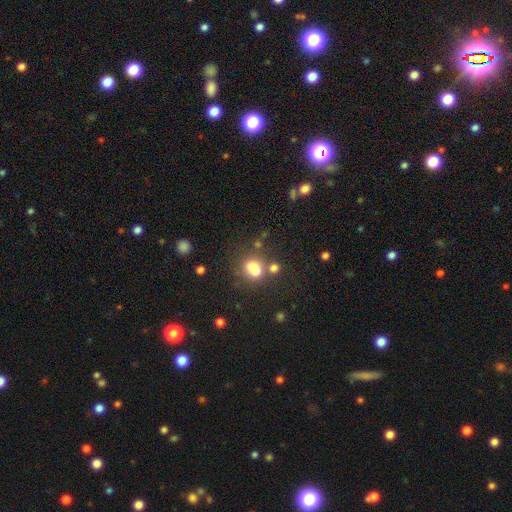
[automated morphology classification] Smooth or featured?
  - smooth: 53% *
  - star or artifact: 39%
  - featured or disk: 8%
How rounded?
  - round: 84% *
  - in between: 15%
  - cigar-shaped: 1%
Merging?
  - none: 71% *
  - merger: 14%
  - minor disturbance: 9%
  - major disturbance: 5%